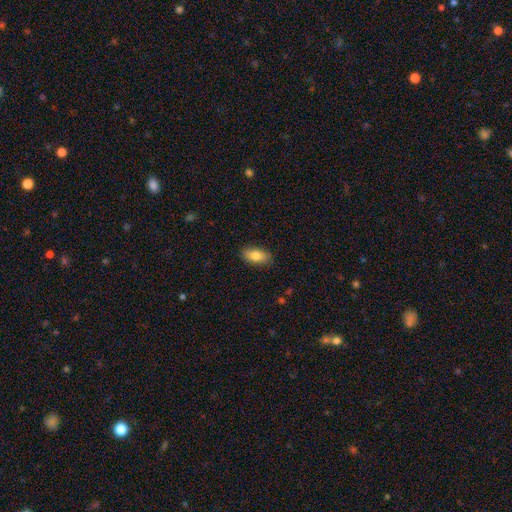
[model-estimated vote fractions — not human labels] Smooth or featured: smooth — 78% (featured or disk — 15%)
How rounded: in between — 89% (cigar-shaped — 6%)
Merging: none — 86% (minor disturbance — 10%)